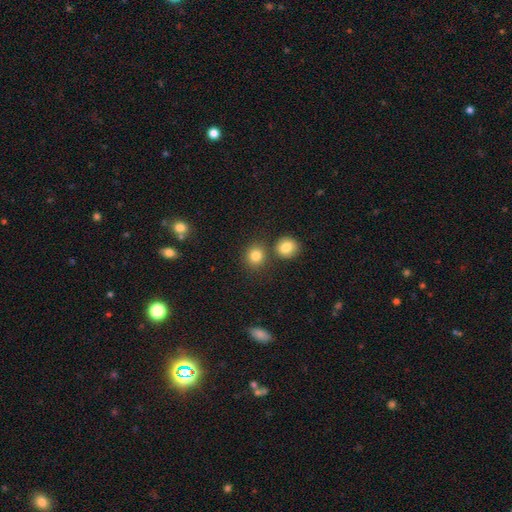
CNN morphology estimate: smooth 82%, star or artifact 12%, featured or disk 6%. Down the decision tree: how rounded — round (85%); merging — none (74%).